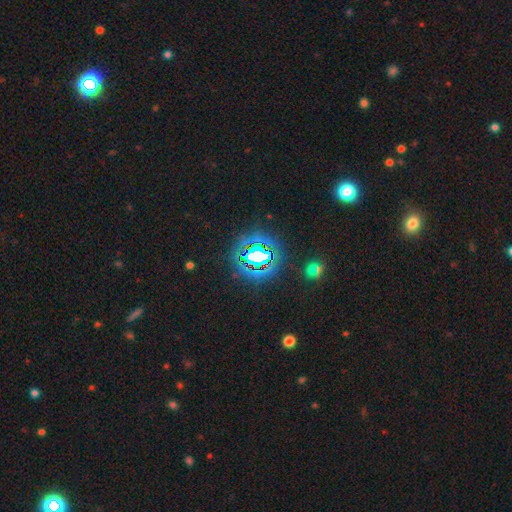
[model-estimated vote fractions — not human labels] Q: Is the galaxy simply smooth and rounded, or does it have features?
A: star or artifact — 74%.